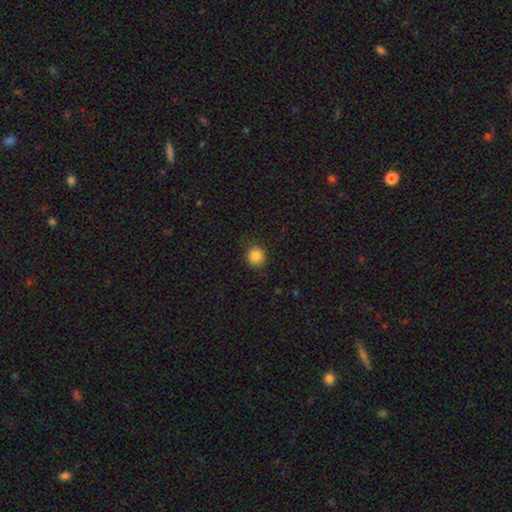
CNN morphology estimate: smooth_or_featured: smooth (p=0.85) [alt: star or artifact p=0.11]
how_rounded: round (p=0.89) [alt: in between p=0.10]
merging: none (p=0.87) [alt: minor disturbance p=0.09]